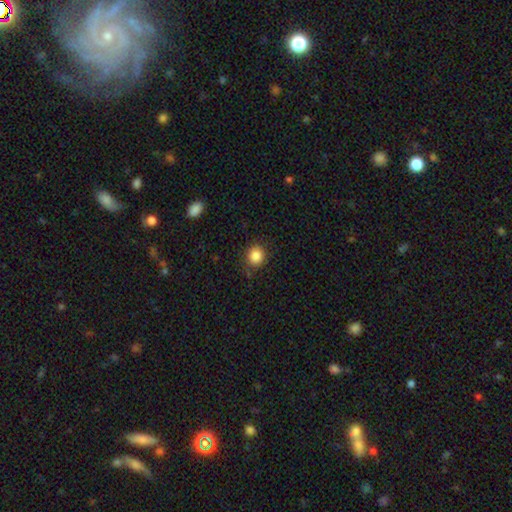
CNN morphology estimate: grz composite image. It shows a smooth galaxy with no disk features (86%) that is round (86%). Merging: none (82%).